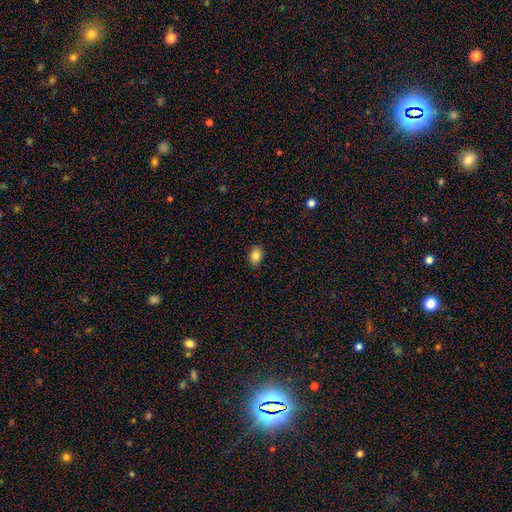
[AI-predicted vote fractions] Smooth or featured: smooth — 84% (star or artifact — 9%)
How rounded: in between — 71% (round — 28%)
Merging: none — 88% (minor disturbance — 9%)